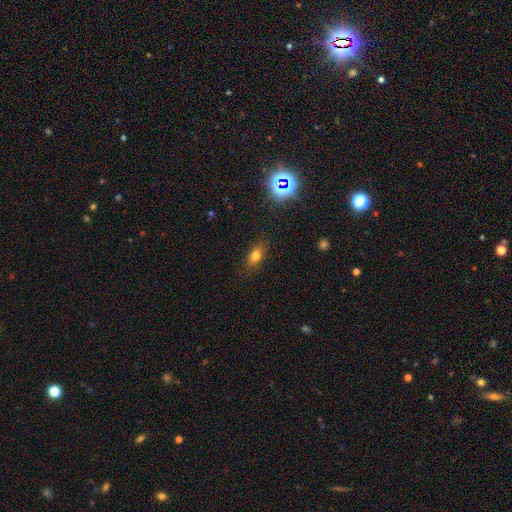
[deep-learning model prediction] This is likely a smooth galaxy (72%). How rounded: likely in between (77%). Merging: clearly none (84%).